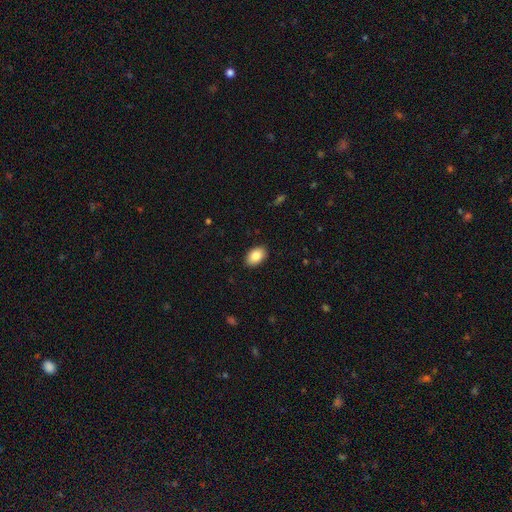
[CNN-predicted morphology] A smooth galaxy with no disk features (86%) that is in between round and cigar-shaped (90%). Merging: none (89%).